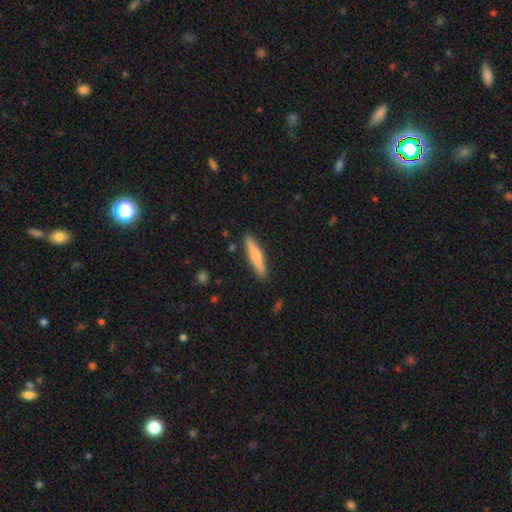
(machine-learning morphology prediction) Smooth or featured? Predicted: smooth (p=0.66). How rounded? Predicted: cigar-shaped (p=0.87). Merging? Predicted: none (p=0.88).